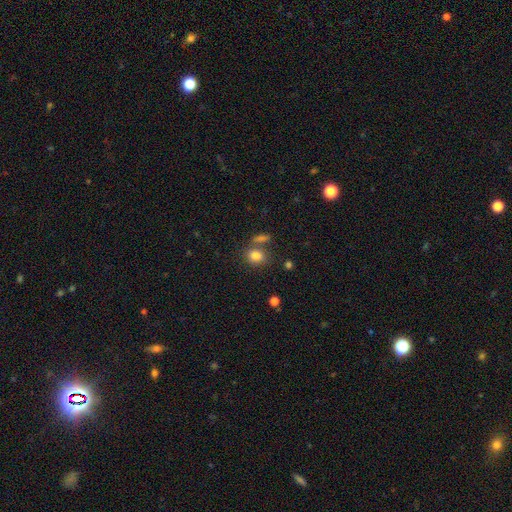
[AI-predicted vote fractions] A smooth galaxy with no disk features (82%) that is in between round and cigar-shaped (52%).

Vote fractions:
- Smooth or featured? smooth: 82% / star or artifact: 11% / featured or disk: 7%
- How rounded? in between: 52% / round: 47% / cigar-shaped: 1%
- Merging? none: 62% / merger: 20% / minor disturbance: 13% / major disturbance: 5%